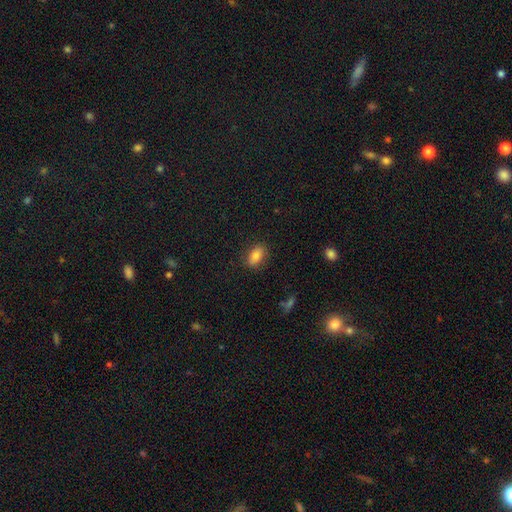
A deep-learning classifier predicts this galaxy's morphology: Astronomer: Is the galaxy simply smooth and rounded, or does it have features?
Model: smooth — 80%.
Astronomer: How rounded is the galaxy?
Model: in between — 88%.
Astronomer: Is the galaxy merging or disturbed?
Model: none — 84%.